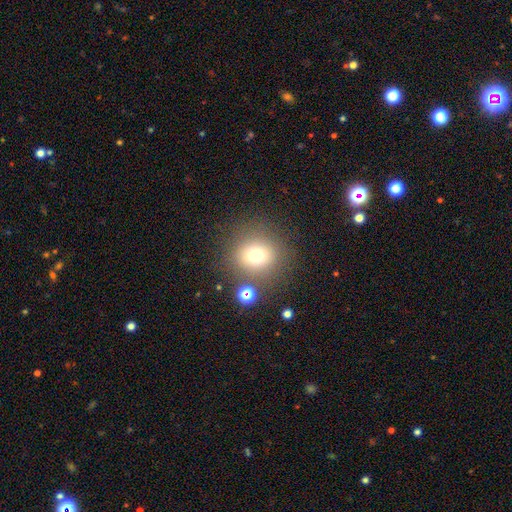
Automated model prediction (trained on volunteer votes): Smooth or featured: smooth — 72% (star or artifact — 17%)
How rounded: round — 88% (in between — 11%)
Merging: none — 80% (minor disturbance — 10%)